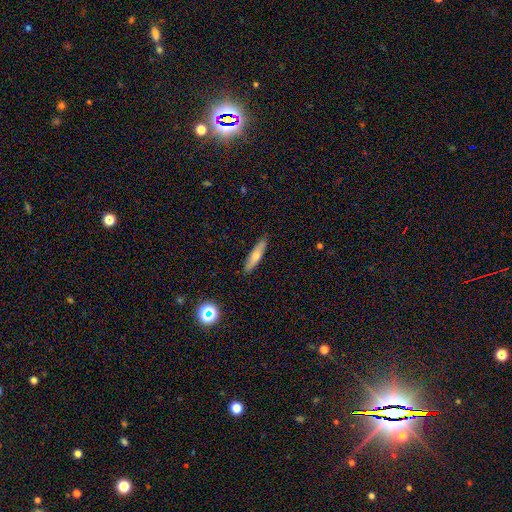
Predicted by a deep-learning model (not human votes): This is possibly a smooth galaxy (58%). How rounded: likely cigar-shaped (78%). Merging: clearly none (88%).